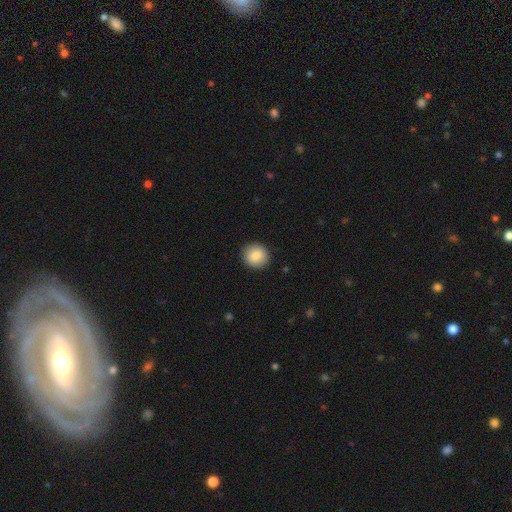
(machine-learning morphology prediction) The model was most divided on "smooth or featured": smooth: 86%, star or artifact: 8%, featured or disk: 6%. More confident: merging — none (91%); how rounded — round (90%).